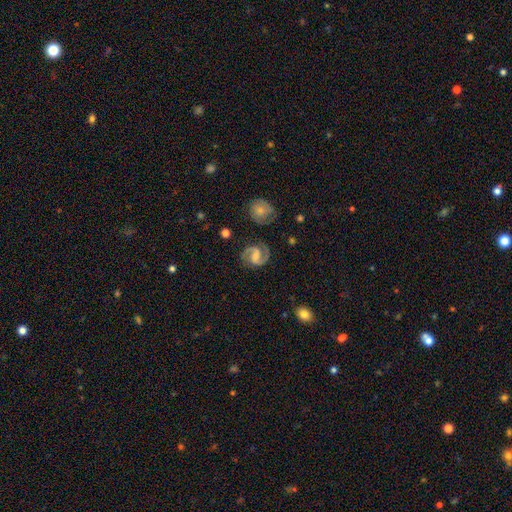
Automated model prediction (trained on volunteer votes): Overall: featured or disk (88%). Edge-on disk: no (98%). Bar: weak (49%; no 25%). Spiral arms: yes (98%). Spiral arm count: 2 (93%). Spiral winding: medium (61%; tight 22%). Bulge size: small (32%; moderate 30%). Merging: none (80%).